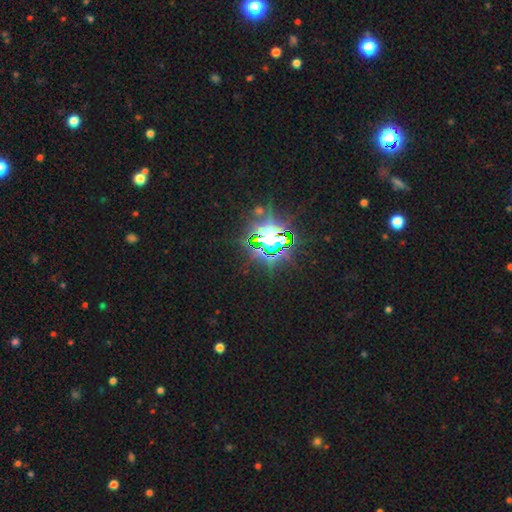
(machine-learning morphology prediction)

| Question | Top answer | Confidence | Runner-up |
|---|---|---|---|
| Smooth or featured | star or artifact | 83% | smooth (9%) |